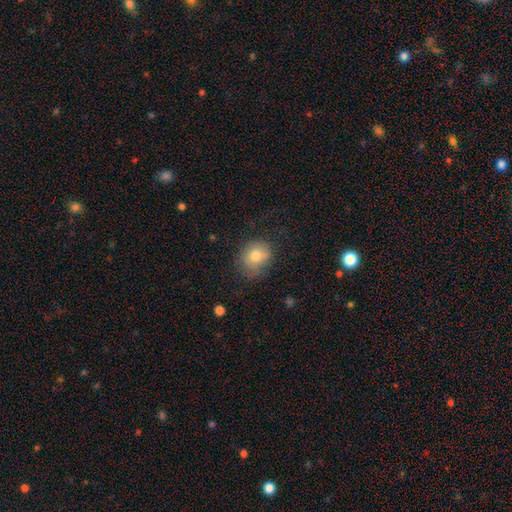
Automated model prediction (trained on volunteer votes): Smooth or featured?
  - smooth: 76% *
  - featured or disk: 14%
  - star or artifact: 10%
How rounded?
  - round: 64% *
  - in between: 35%
  - cigar-shaped: 1%
Merging?
  - none: 64% *
  - minor disturbance: 25%
  - major disturbance: 10%
  - merger: 2%